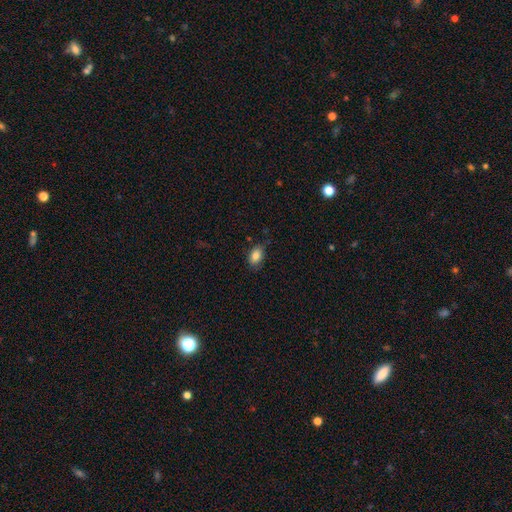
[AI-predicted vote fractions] This is clearly a smooth galaxy (84%). How rounded: clearly in between (85%). Merging: likely none (76%).